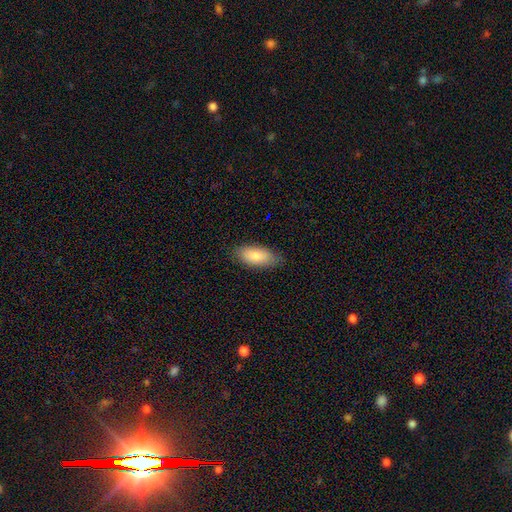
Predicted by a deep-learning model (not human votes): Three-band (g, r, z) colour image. It shows a smooth galaxy with no disk features (81%) that is in between round and cigar-shaped (88%). Merging: none (81%).